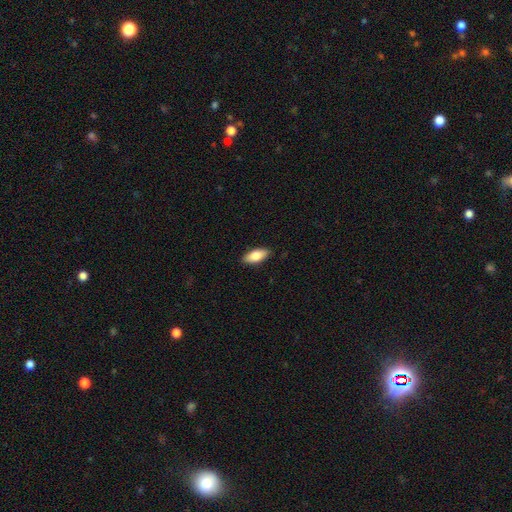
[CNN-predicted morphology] type=smooth (80%); roundness=in between (87%); merging=none (89%).